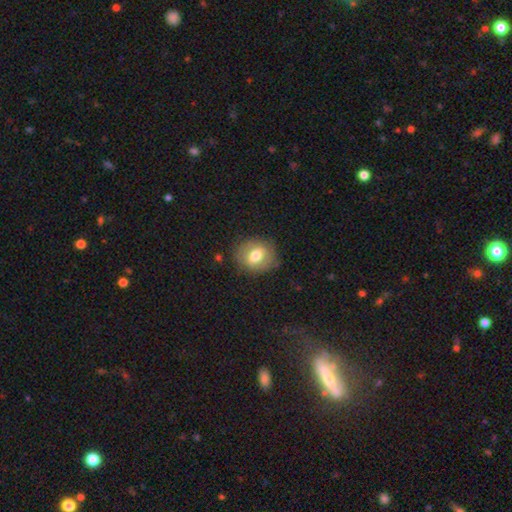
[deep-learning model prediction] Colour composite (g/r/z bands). It shows a smooth galaxy with no disk features (66%) that is round (64%). Merging: none (80%).